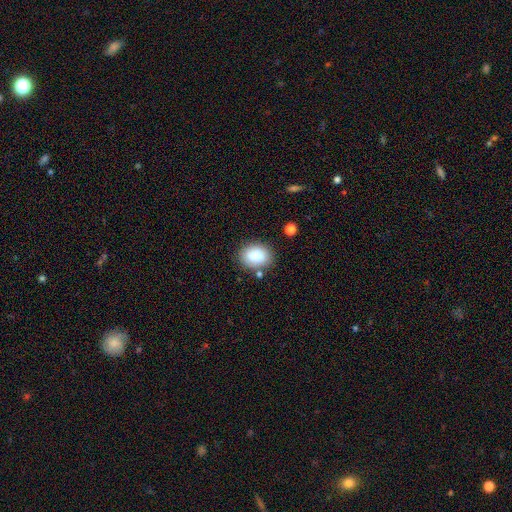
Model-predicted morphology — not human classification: Q: Smooth or featured?
A: smooth (82%); runner-up: featured or disk (10%)
Q: How rounded?
A: in between (65%); runner-up: round (34%)
Q: Merging?
A: none (75%); runner-up: minor disturbance (15%)